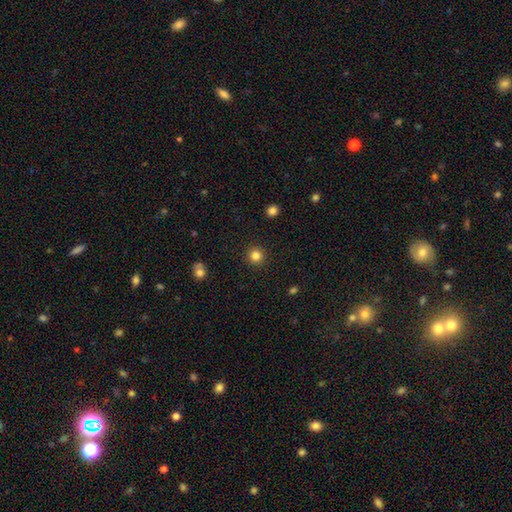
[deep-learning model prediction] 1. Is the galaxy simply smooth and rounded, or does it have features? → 84% smooth, 12% star or artifact, 5% featured or disk.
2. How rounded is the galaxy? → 95% round, 4% in between, 1% cigar-shaped.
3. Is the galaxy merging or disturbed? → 92% none, 5% minor disturbance, 2% major disturbance, 1% merger.